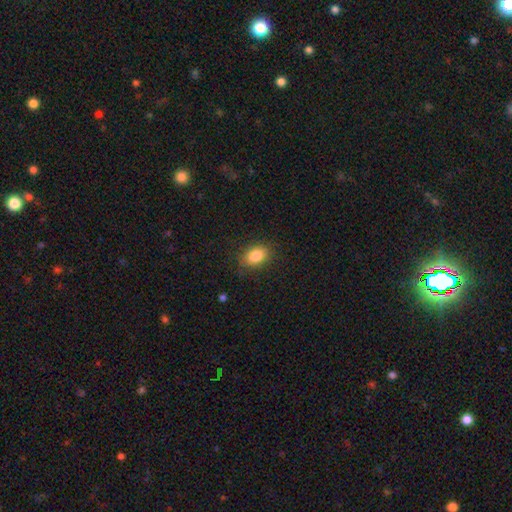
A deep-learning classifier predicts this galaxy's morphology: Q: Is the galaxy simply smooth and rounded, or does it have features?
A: smooth — 85%.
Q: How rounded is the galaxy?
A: in between — 81%.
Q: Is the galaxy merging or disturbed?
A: none — 84%.